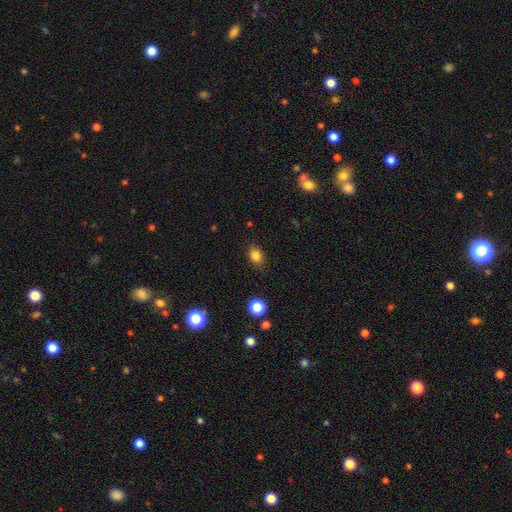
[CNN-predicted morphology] This appears to be a smooth galaxy with no disk features (83%) that is in between round and cigar-shaped (61%). Merging: none (84%).